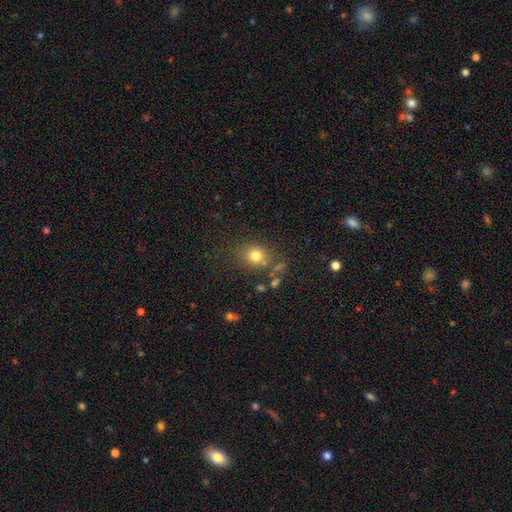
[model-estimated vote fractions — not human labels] Overall: smooth (77%). How rounded: round (75%). Merging: none (73%).